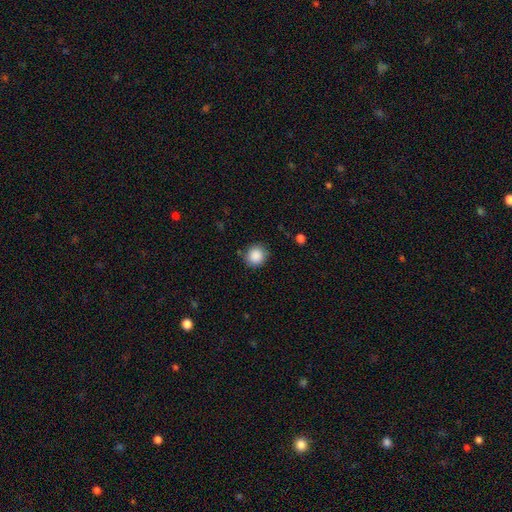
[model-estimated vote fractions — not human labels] smooth-or-featured: smooth: 88% | star or artifact: 9% | featured or disk: 3%
  how-rounded: round: 90% | in between: 9% | cigar-shaped: 1%
  merging: none: 85% | minor disturbance: 10% | major disturbance: 3% | merger: 2%